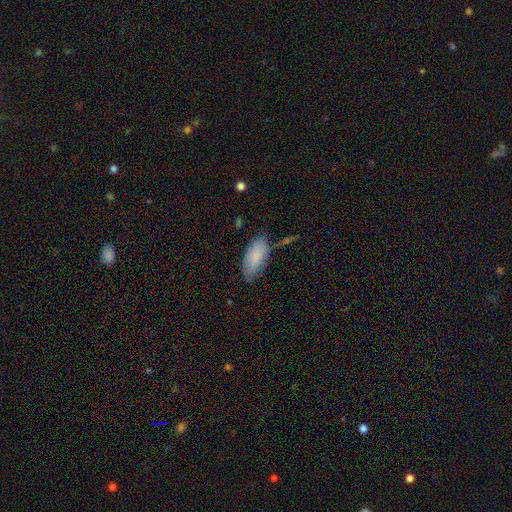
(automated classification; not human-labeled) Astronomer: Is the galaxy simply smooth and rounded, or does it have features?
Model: smooth — 82%.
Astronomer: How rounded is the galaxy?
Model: in between — 90%.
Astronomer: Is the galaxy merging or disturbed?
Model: none — 63%.